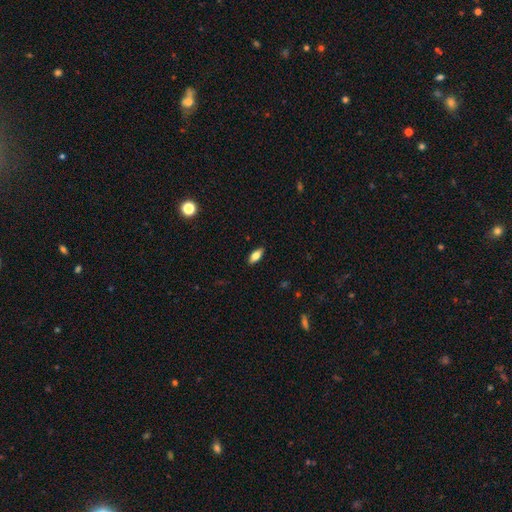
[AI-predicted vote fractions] Smooth or featured: smooth — 74% (featured or disk — 19%)
How rounded: in between — 81% (cigar-shaped — 16%)
Merging: none — 89% (minor disturbance — 9%)